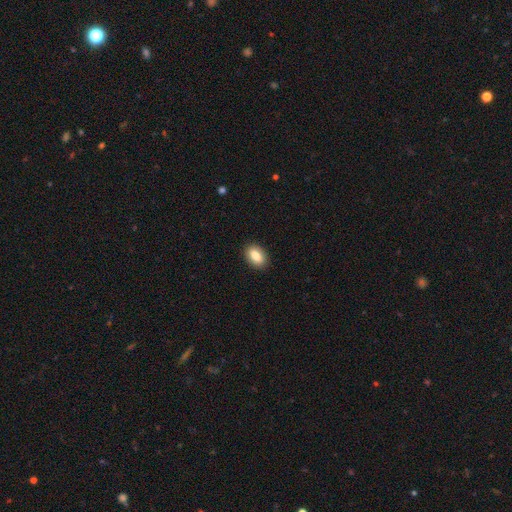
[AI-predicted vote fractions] Smooth or featured? smooth (86%)
How rounded? in between (89%)
Merging? none (90%)